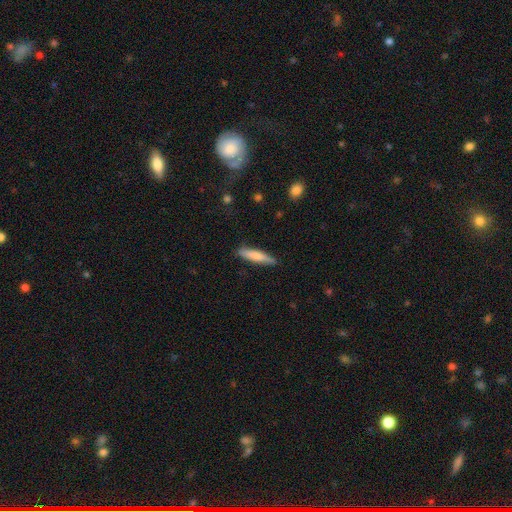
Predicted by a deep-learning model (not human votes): This is likely a smooth galaxy (73%). How rounded: clearly cigar-shaped (85%). Merging: clearly none (85%).